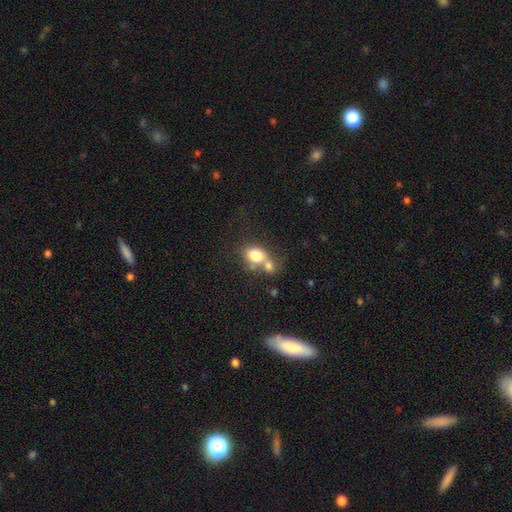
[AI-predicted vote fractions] Smooth or featured? smooth (76%)
How rounded? in between (52%)
Merging? merger (57%)